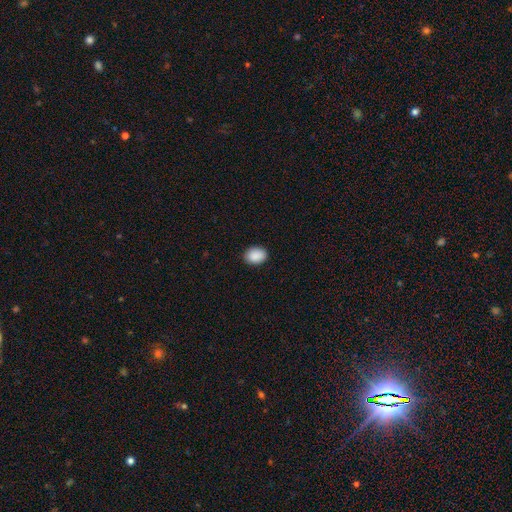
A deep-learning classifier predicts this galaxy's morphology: smooth_or_featured: smooth (p=0.90) [alt: star or artifact p=0.07]
how_rounded: in between (p=0.72) [alt: round p=0.27]
merging: none (p=0.89) [alt: minor disturbance p=0.08]